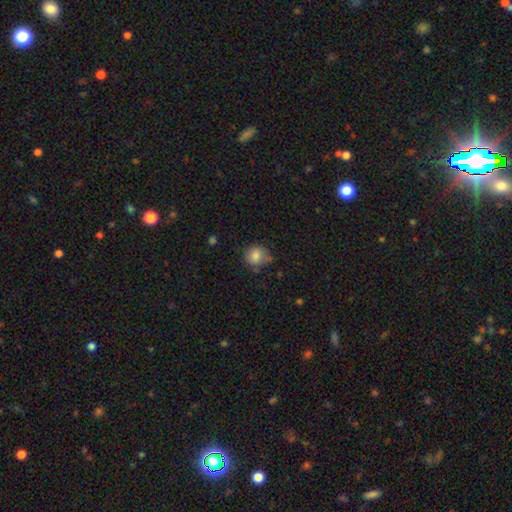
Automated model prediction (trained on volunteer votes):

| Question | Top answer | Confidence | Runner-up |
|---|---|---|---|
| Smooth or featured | smooth | 82% | star or artifact (10%) |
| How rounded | round | 77% | in between (22%) |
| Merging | none | 67% | minor disturbance (24%) |